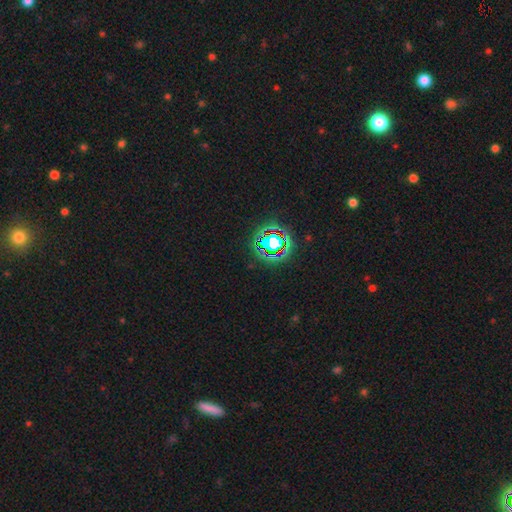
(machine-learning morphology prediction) The model was most divided on "smooth or featured": star or artifact: 77%, smooth: 13%, featured or disk: 10%.